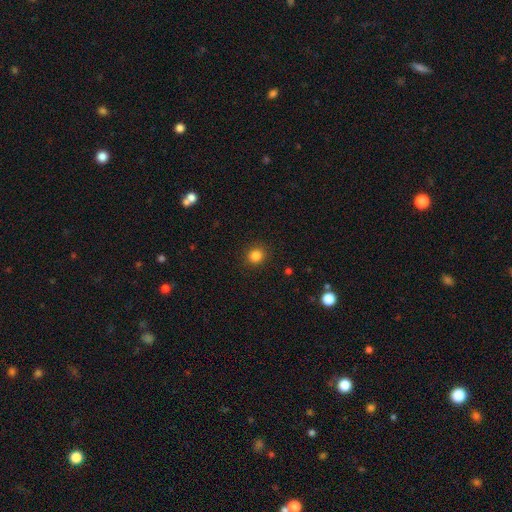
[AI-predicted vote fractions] Morphology: type=smooth (84%); roundness=round (89%); merging=none (91%).